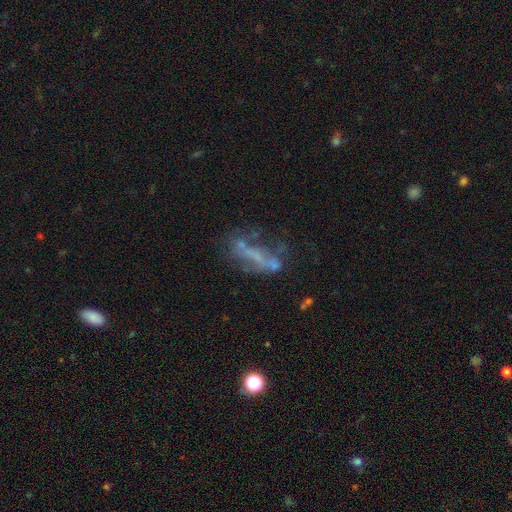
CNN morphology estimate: A featured or disk galaxy (54%).

Vote fractions:
- Smooth or featured? featured or disk: 54% / smooth: 26% / star or artifact: 20%
- Edge-on disk? no: 85% / yes: 15%
- Merging? none: 40% / major disturbance: 27% / minor disturbance: 18% / merger: 14%